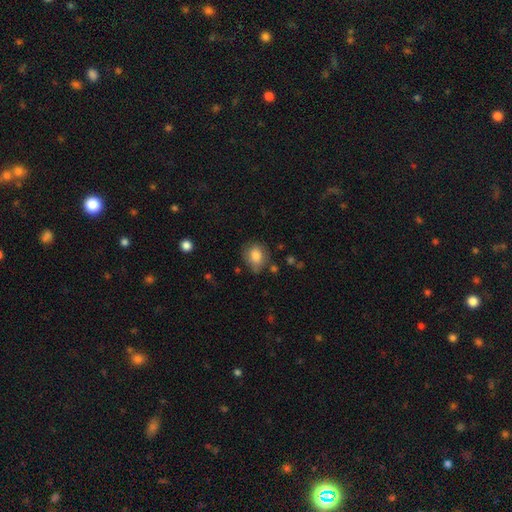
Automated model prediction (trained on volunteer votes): Smooth or featured? Predicted: smooth (p=0.80). How rounded? Predicted: round (p=0.55). Merging? Predicted: none (p=0.68).